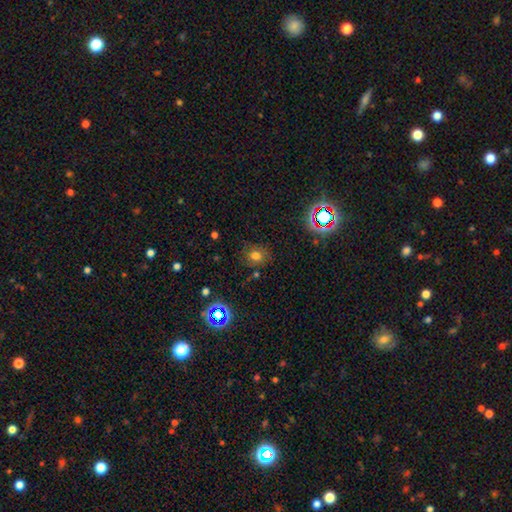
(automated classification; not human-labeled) Morphology: type=smooth (68%); roundness=round (74%); merging=none (79%).